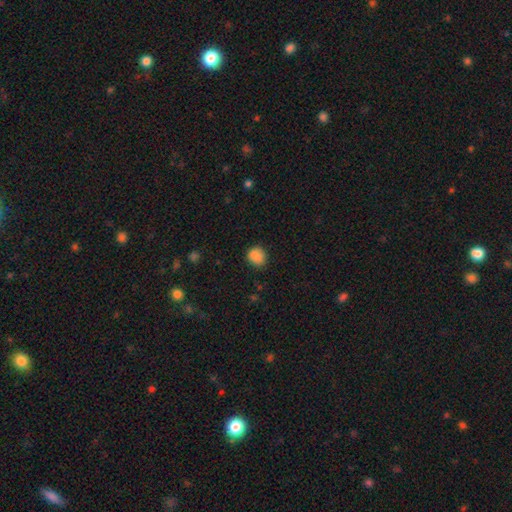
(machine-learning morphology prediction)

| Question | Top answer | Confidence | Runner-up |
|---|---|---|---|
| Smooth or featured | smooth | 82% | star or artifact (10%) |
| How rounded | round | 79% | in between (20%) |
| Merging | none | 71% | minor disturbance (16%) |